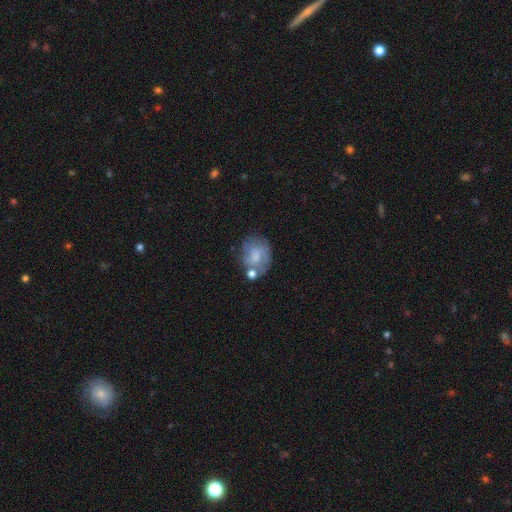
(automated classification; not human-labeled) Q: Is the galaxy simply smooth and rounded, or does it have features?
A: smooth — 50%.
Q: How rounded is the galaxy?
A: round — 50%.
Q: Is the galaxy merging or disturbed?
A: none — 46%.